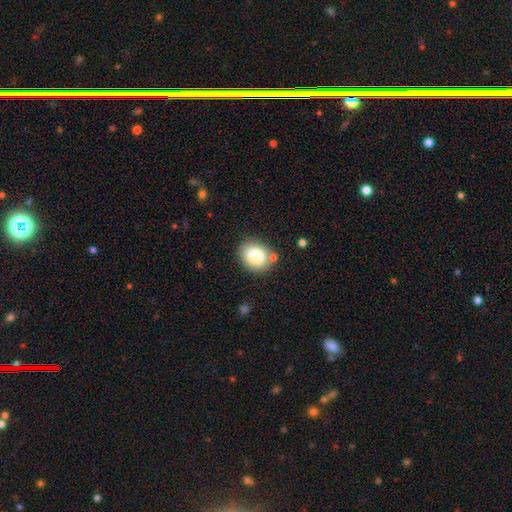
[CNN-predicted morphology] Smooth or featured? smooth (85%)
How rounded? in between (60%)
Merging? none (74%)